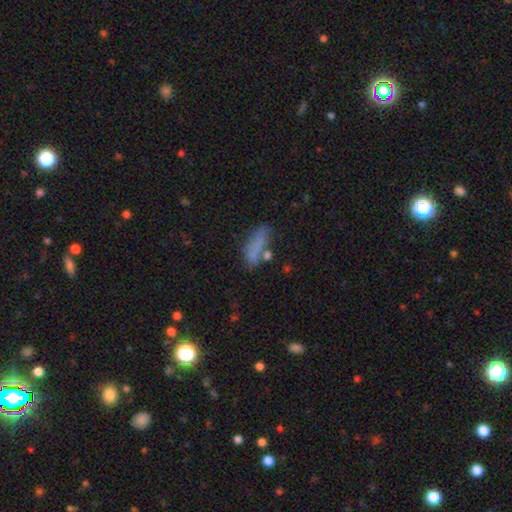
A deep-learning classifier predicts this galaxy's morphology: This is likely a smooth galaxy (73%). How rounded: likely cigar-shaped (67%). Merging: likely none (68%).